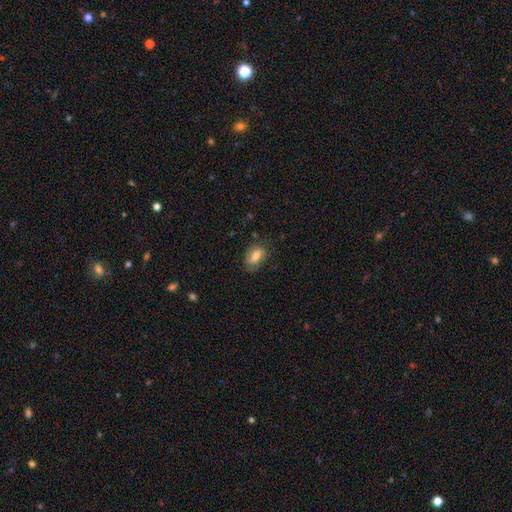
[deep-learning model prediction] A smooth galaxy with no disk features (71%) that is in between round and cigar-shaped (87%).

Vote fractions:
- Smooth or featured? smooth: 71% / featured or disk: 21% / star or artifact: 8%
- How rounded? in between: 87% / round: 9% / cigar-shaped: 4%
- Merging? none: 68% / minor disturbance: 23% / major disturbance: 7% / merger: 2%